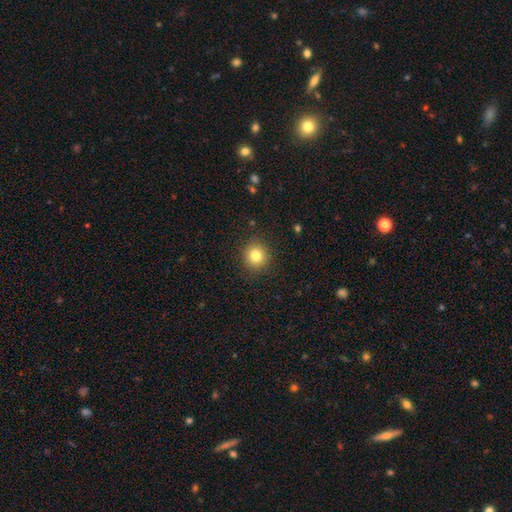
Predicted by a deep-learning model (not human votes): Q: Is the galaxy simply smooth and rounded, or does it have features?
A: smooth — 81%.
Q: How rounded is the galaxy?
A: round — 90%.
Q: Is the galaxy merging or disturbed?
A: none — 89%.